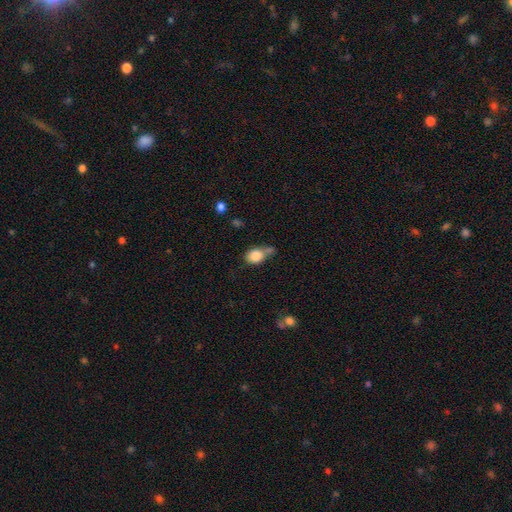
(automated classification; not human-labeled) Morphology: type=smooth (82%); roundness=in between (56%); merging=none (41%).